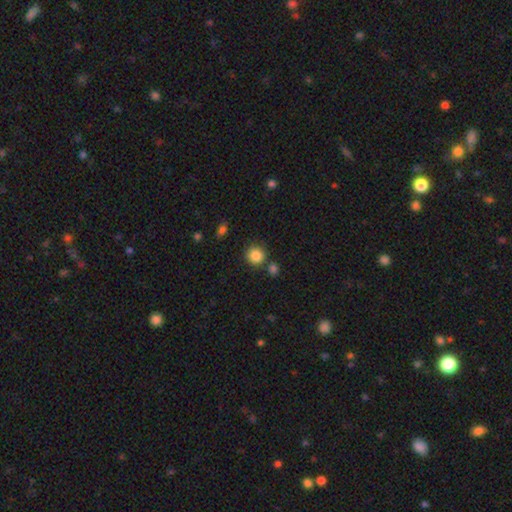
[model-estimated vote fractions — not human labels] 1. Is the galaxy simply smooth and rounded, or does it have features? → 86% smooth, 10% star or artifact, 4% featured or disk.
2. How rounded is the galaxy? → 90% round, 9% in between, 1% cigar-shaped.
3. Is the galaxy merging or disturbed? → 78% none, 10% merger, 9% minor disturbance, 3% major disturbance.